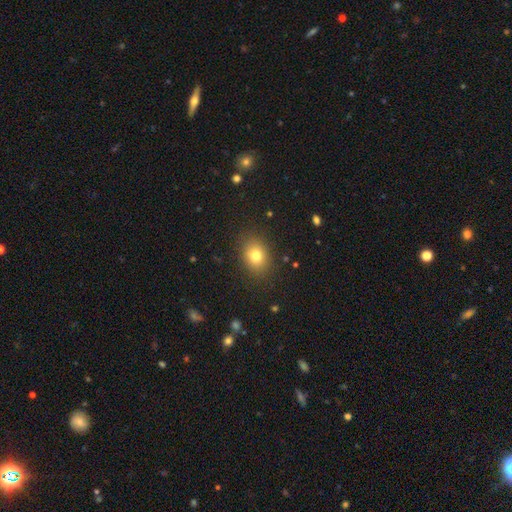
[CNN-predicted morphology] Smooth or featured: smooth — 78% (star or artifact — 13%)
How rounded: round — 50% (in between — 49%)
Merging: none — 86% (minor disturbance — 9%)